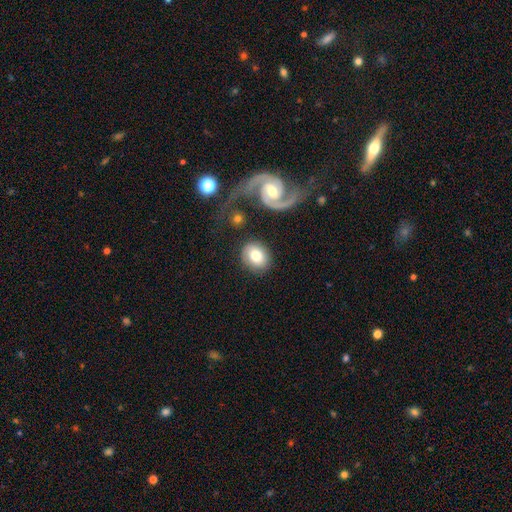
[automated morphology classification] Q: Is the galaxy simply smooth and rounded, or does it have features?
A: smooth — 72%.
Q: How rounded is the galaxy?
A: round — 57%.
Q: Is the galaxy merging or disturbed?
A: none — 79%.